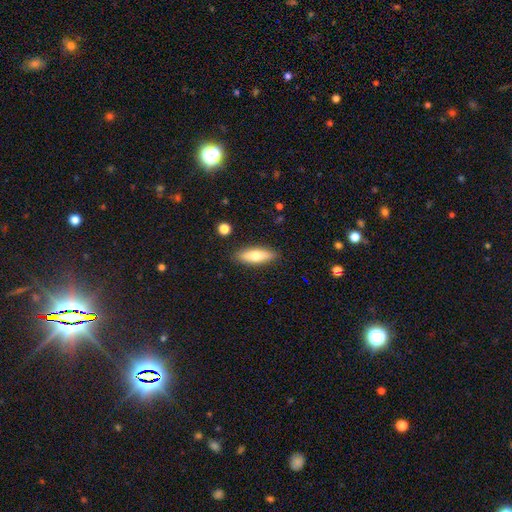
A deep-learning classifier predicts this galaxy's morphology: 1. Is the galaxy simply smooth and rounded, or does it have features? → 70% smooth, 24% featured or disk, 6% star or artifact.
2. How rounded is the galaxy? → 52% in between, 45% cigar-shaped, 2% round.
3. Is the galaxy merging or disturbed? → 87% none, 9% minor disturbance, 2% major disturbance, 2% merger.